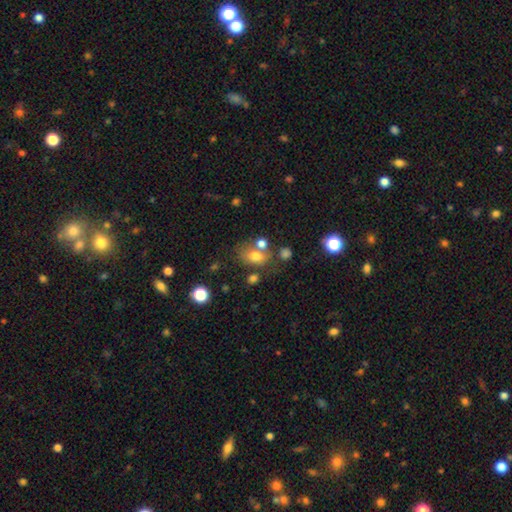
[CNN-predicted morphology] Smooth or featured?
  - smooth: 72% *
  - featured or disk: 15%
  - star or artifact: 13%
How rounded?
  - in between: 68% *
  - round: 31%
  - cigar-shaped: 1%
Merging?
  - none: 52% *
  - merger: 24%
  - minor disturbance: 16%
  - major disturbance: 8%